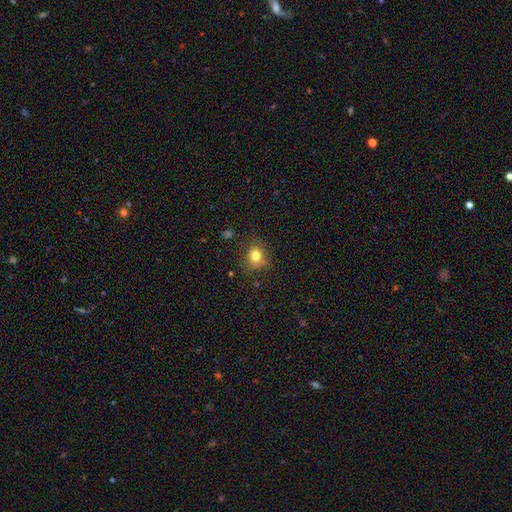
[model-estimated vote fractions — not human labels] Overall: smooth (80%). How rounded: round (66%; in between 34%). Merging: none (77%).